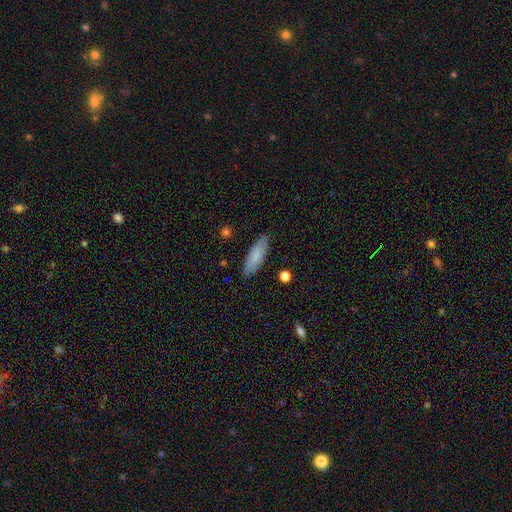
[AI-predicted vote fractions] This appears to be a smooth galaxy with no disk features (76%) that is in between round and cigar-shaped (54%). Merging: none (86%).